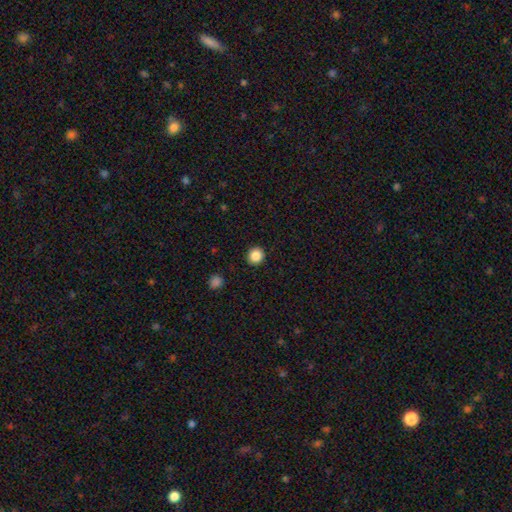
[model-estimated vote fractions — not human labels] The model was most divided on "smooth or featured": smooth: 87%, star or artifact: 10%, featured or disk: 3%. More confident: merging — none (92%); how rounded — round (90%).